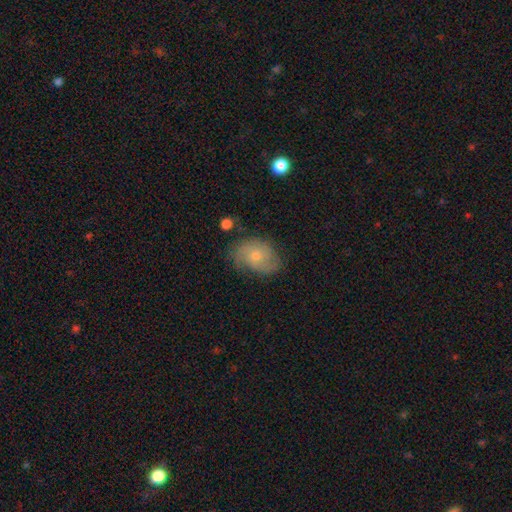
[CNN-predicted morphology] featured or disk 55%, smooth 36%, star or artifact 9%. Down the decision tree: edge-on disk — no (96%); bar — no (81%); spiral arms — yes (83%); bulge size — small (64%); merging — none (65%).